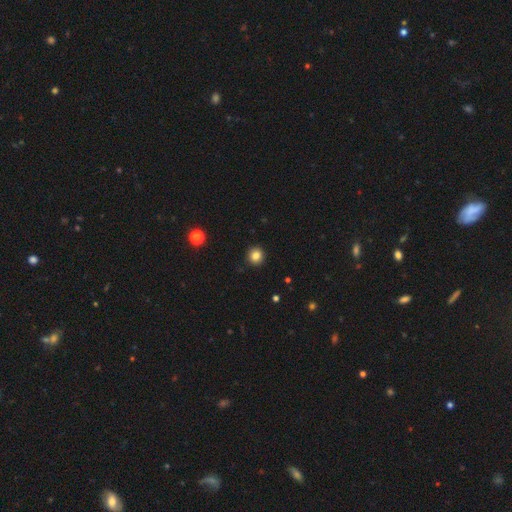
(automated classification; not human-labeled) A smooth galaxy with no disk features (83%) that is round (93%). Merging: none (92%).